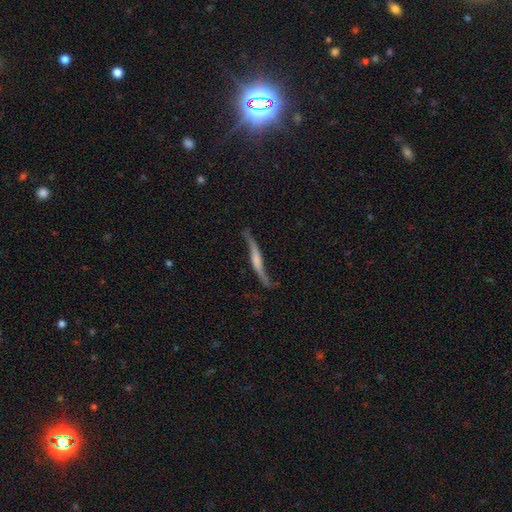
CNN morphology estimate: featured or disk 80%, smooth 14%, star or artifact 7%. Down the decision tree: edge-on disk — yes (62%); merging — none (65%).